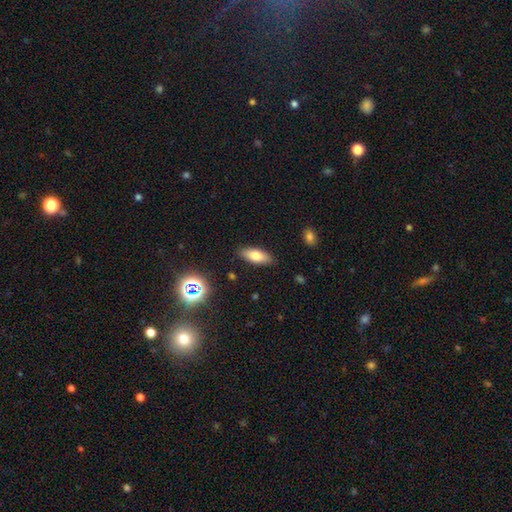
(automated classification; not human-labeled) Smooth or featured: smooth — 74% (featured or disk — 17%)
How rounded: in between — 74% (cigar-shaped — 23%)
Merging: none — 87% (minor disturbance — 9%)